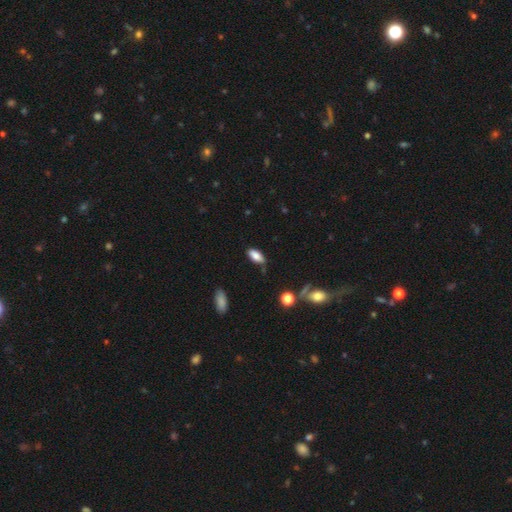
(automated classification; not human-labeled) A smooth galaxy with no disk features (81%) that is in between round and cigar-shaped (87%).

Vote fractions:
- Smooth or featured? smooth: 81% / featured or disk: 11% / star or artifact: 8%
- How rounded? in between: 87% / cigar-shaped: 11% / round: 3%
- Merging? none: 67% / minor disturbance: 25% / major disturbance: 5% / merger: 4%